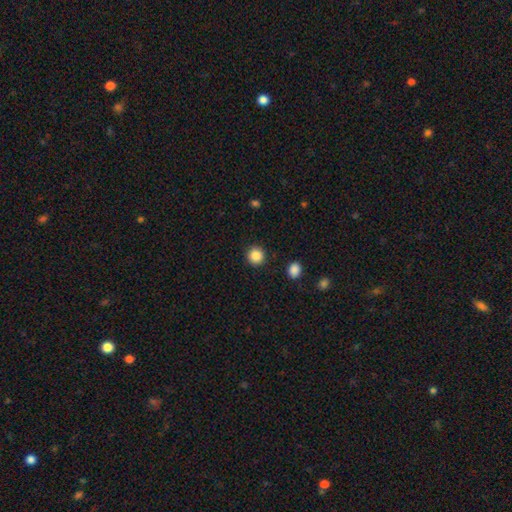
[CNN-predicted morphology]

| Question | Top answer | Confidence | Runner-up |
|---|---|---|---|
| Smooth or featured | smooth | 87% | star or artifact (10%) |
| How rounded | round | 94% | in between (5%) |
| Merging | none | 91% | minor disturbance (5%) |